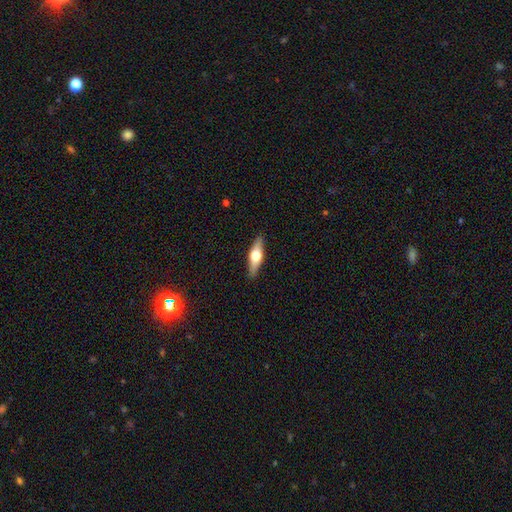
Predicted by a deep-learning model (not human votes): Smooth or featured: featured or disk — 50% (smooth — 44%)
Edge-on disk: yes — 92% (no — 8%)
Merging: none — 89% (minor disturbance — 8%)